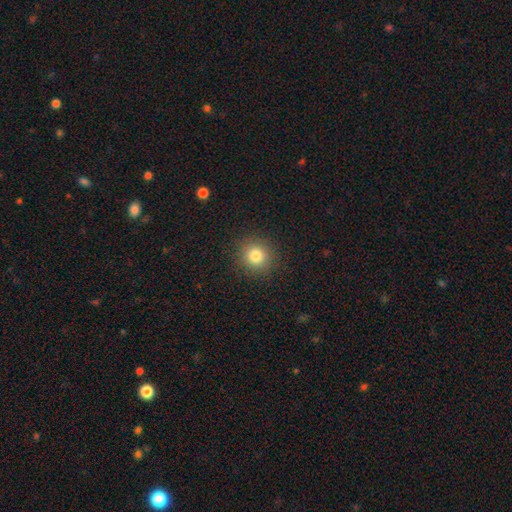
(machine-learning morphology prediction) A smooth galaxy with no disk features (81%) that is round (91%).

Vote fractions:
- Smooth or featured? smooth: 81% / star or artifact: 12% / featured or disk: 6%
- How rounded? round: 91% / in between: 8% / cigar-shaped: 1%
- Merging? none: 91% / minor disturbance: 6% / major disturbance: 2% / merger: 1%